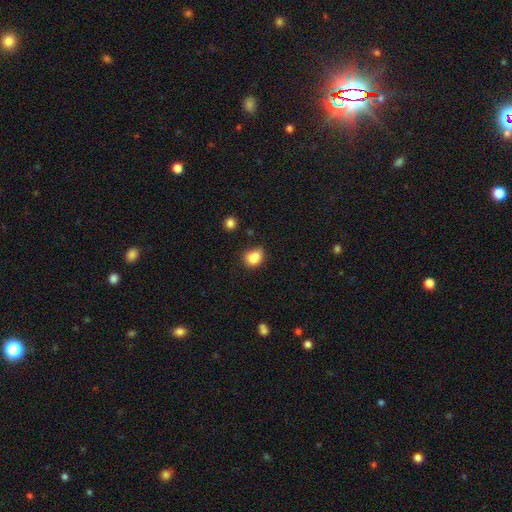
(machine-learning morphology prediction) type=smooth (81%); roundness=in between (50%); merging=none (47%).